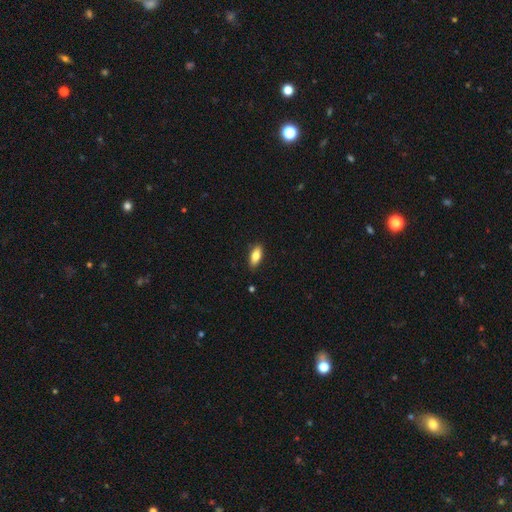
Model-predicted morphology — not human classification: smooth-or-featured: smooth: 81% | featured or disk: 12% | star or artifact: 7%
  how-rounded: in between: 83% | cigar-shaped: 15% | round: 2%
  merging: none: 86% | minor disturbance: 11% | major disturbance: 2% | merger: 1%